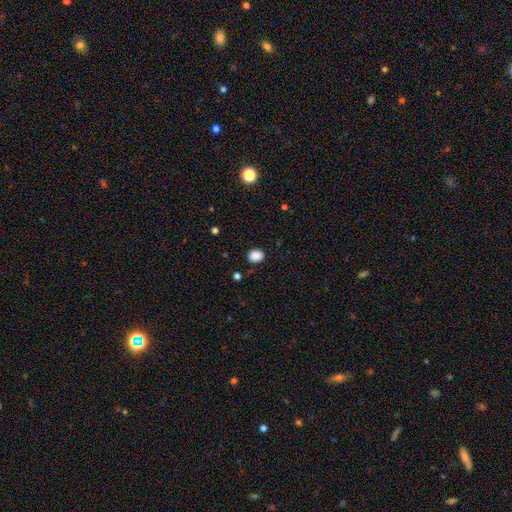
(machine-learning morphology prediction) This is clearly a smooth galaxy (87%). How rounded: possibly round (52%). Merging: clearly none (87%).